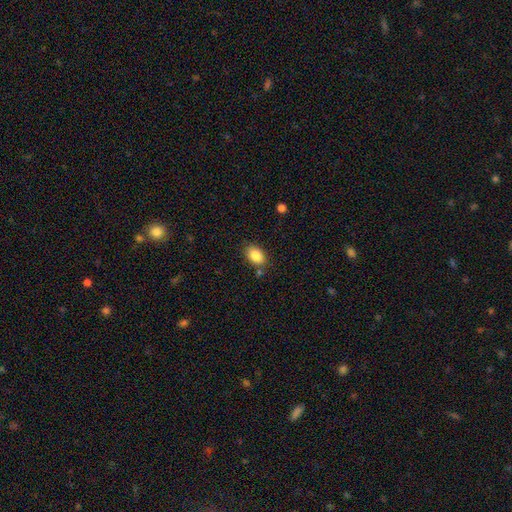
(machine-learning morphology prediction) Smooth or featured? smooth (86%)
How rounded? in between (83%)
Merging? none (79%)